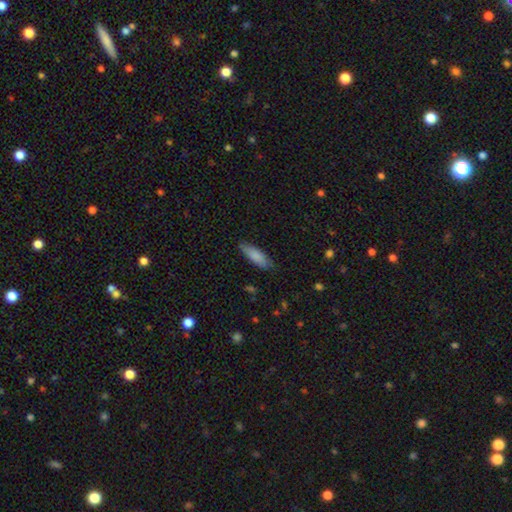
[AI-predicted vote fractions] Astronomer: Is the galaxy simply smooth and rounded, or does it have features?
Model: smooth — 85%.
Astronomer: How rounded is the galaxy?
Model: in between — 54% (runner-up: cigar-shaped, 44%).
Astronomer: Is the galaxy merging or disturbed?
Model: none — 82%.